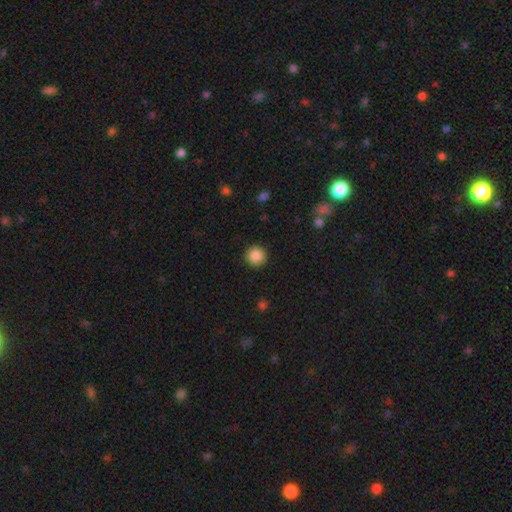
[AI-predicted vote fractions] A smooth galaxy with no disk features (87%) that is round (95%). Merging: none (92%).